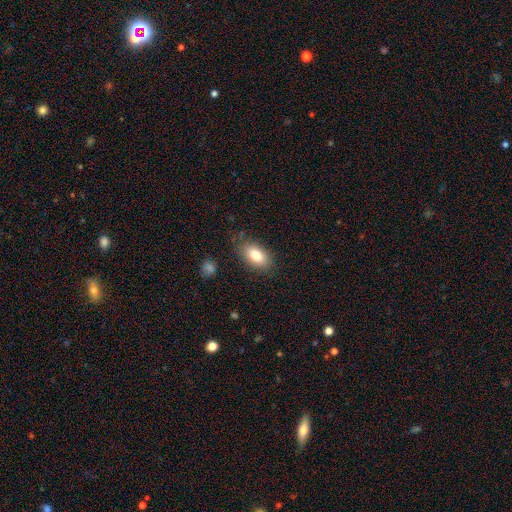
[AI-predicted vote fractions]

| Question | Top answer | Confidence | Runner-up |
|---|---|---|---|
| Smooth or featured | smooth | 81% | featured or disk (11%) |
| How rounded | in between | 91% | round (6%) |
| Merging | none | 80% | minor disturbance (14%) |